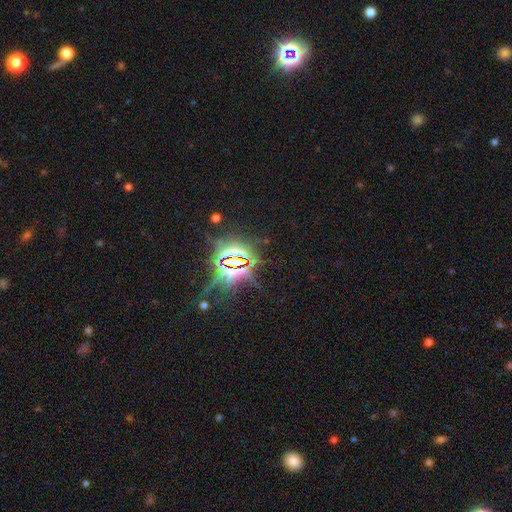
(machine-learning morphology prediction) star or artifact 85%, featured or disk 8%, smooth 7%.